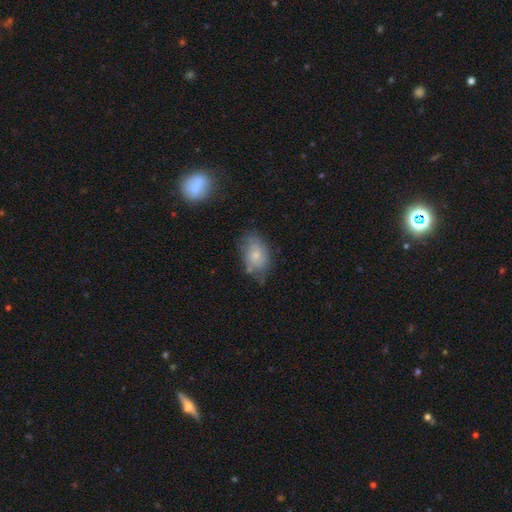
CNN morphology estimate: Smooth or featured: smooth — 67% (featured or disk — 25%)
How rounded: in between — 85% (round — 14%)
Merging: none — 58% (minor disturbance — 29%)